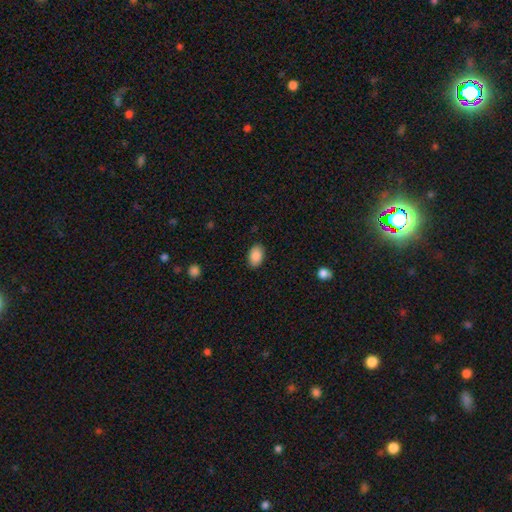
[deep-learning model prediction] A smooth galaxy with no disk features (89%) that is in between round and cigar-shaped (89%). Merging: none (88%).